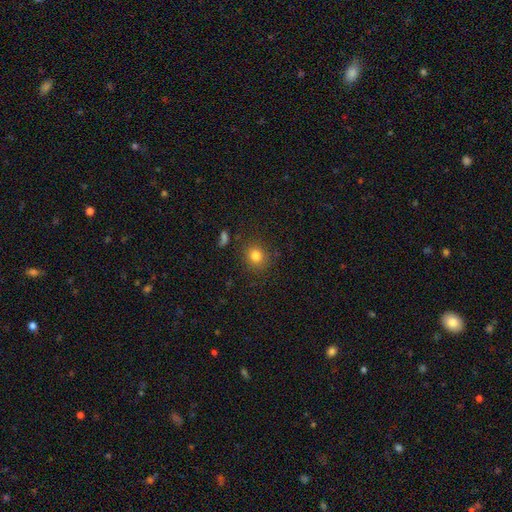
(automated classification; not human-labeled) Smooth or featured? Predicted: smooth (p=0.81). How rounded? Predicted: round (p=0.81). Merging? Predicted: none (p=0.86).